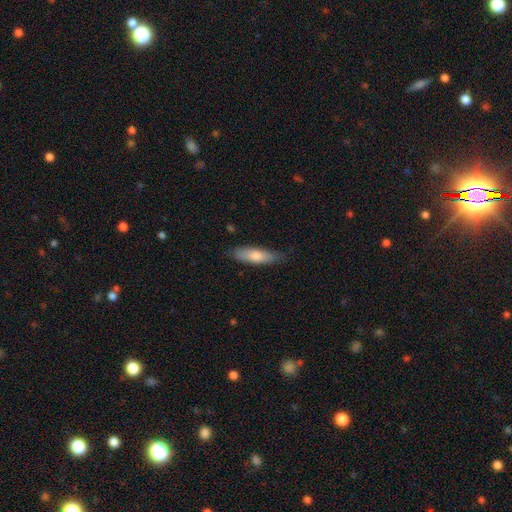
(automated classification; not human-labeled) Smooth or featured?
  - smooth: 73% *
  - featured or disk: 21%
  - star or artifact: 6%
How rounded?
  - cigar-shaped: 53% *
  - in between: 45%
  - round: 2%
Merging?
  - none: 77% *
  - minor disturbance: 19%
  - major disturbance: 3%
  - merger: 1%